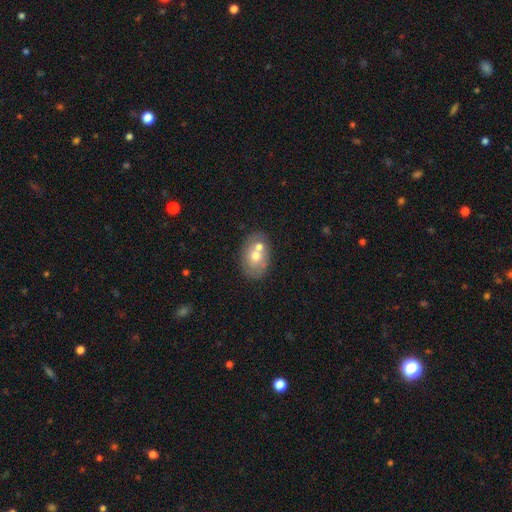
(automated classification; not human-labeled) Morphology: type=smooth (61%); roundness=in between (74%); merging=none (49%).